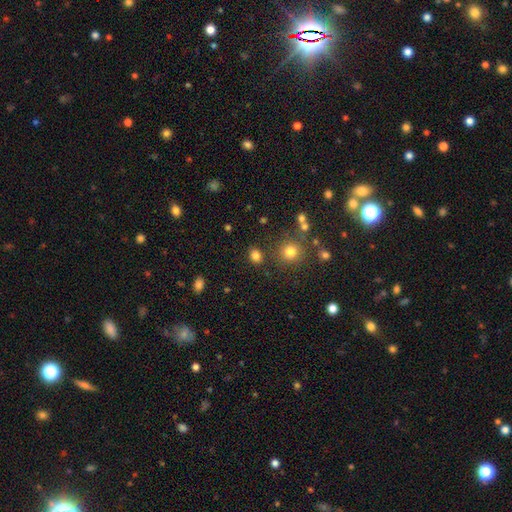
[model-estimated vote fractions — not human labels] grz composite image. It shows a smooth galaxy with no disk features (81%) that is in between round and cigar-shaped (55%). Merging: none (82%).